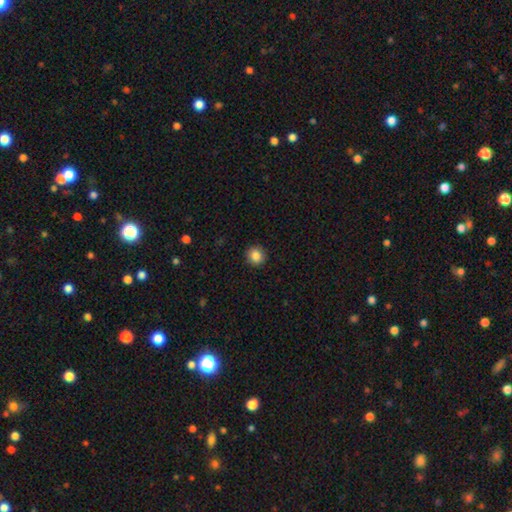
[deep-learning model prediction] This appears to be a smooth galaxy with no disk features (86%) that is round (91%). Merging: none (92%).